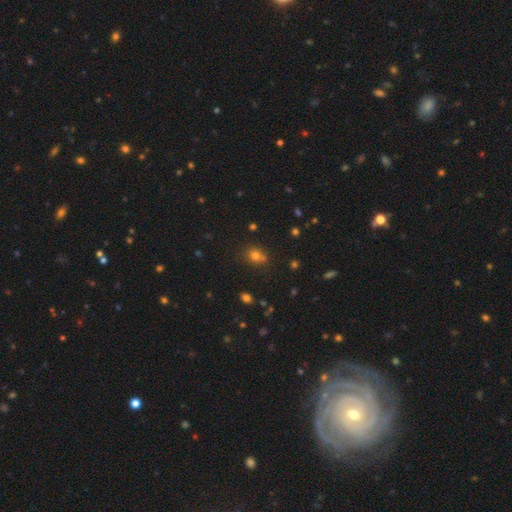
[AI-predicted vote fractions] smooth_or_featured: smooth (p=0.70) [alt: star or artifact p=0.21]
how_rounded: round (p=0.70) [alt: in between p=0.28]
merging: none (p=0.60) [alt: merger p=0.21]